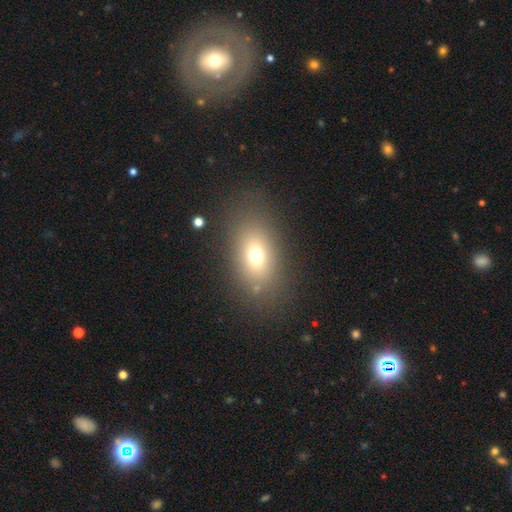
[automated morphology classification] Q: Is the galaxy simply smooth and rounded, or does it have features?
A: smooth — 69%.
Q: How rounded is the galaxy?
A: in between — 75%.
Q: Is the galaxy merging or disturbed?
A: none — 80%.